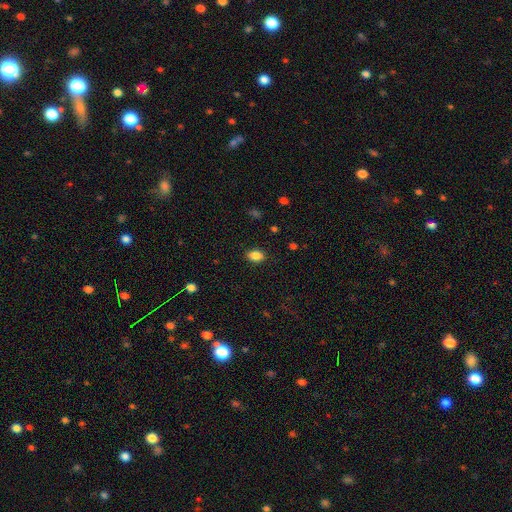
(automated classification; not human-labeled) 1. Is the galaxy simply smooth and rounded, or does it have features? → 87% smooth, 9% star or artifact, 4% featured or disk.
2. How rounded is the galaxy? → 84% in between, 14% round, 2% cigar-shaped.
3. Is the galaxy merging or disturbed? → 87% none, 9% minor disturbance, 2% major disturbance, 1% merger.